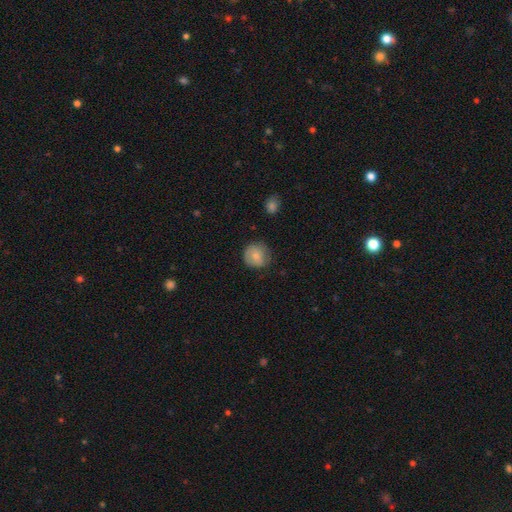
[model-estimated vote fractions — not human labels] This appears to be a smooth galaxy with no disk features (77%) that is round (89%). Merging: none (73%).